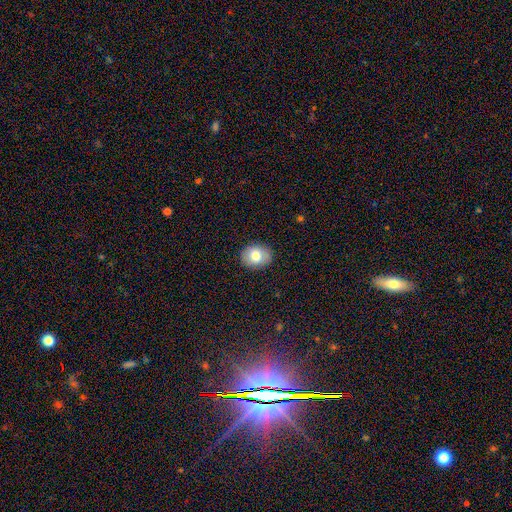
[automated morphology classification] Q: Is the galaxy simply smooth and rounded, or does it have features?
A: smooth — 78%.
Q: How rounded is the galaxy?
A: in between — 52%.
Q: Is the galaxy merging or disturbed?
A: none — 88%.